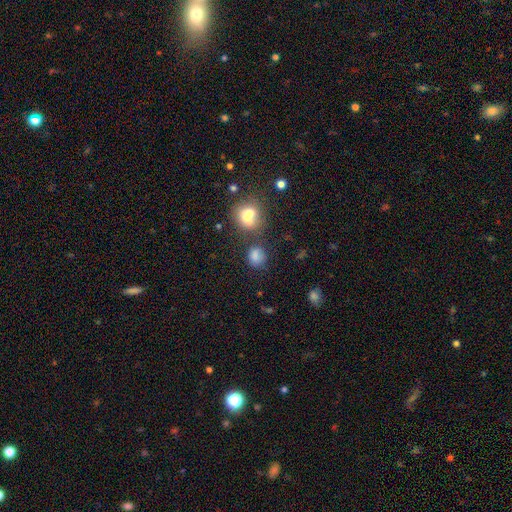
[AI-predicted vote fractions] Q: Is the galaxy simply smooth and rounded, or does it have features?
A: smooth — 77%.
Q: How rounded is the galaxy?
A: round — 67%.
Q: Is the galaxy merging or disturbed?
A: none — 61%.